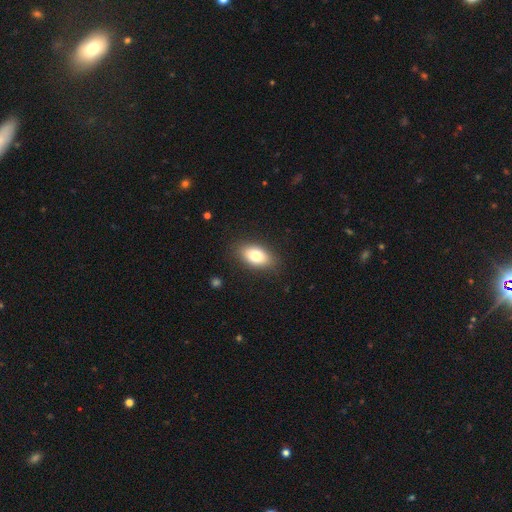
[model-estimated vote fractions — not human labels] Smooth or featured? smooth (77%)
How rounded? in between (90%)
Merging? none (86%)